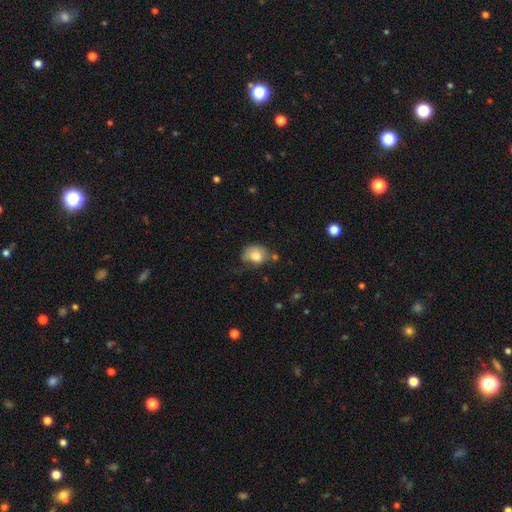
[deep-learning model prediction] Smooth or featured?
  - smooth: 77% *
  - featured or disk: 15%
  - star or artifact: 8%
How rounded?
  - in between: 54% *
  - round: 45%
  - cigar-shaped: 1%
Merging?
  - none: 40% *
  - minor disturbance: 33%
  - major disturbance: 19%
  - merger: 7%